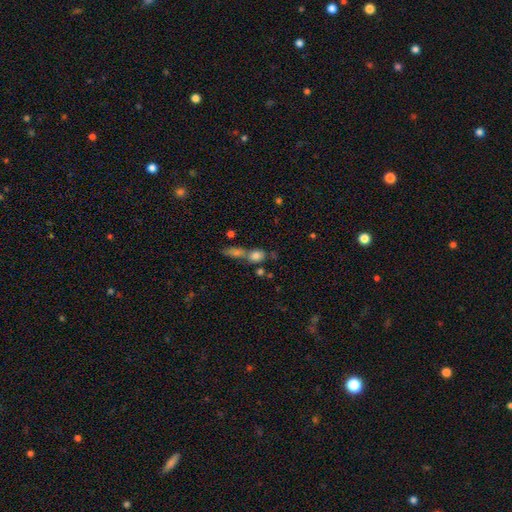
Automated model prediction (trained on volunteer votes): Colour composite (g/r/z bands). It shows a smooth galaxy with no disk features (77%) that is in between round and cigar-shaped (57%). Merging: merger (48%).